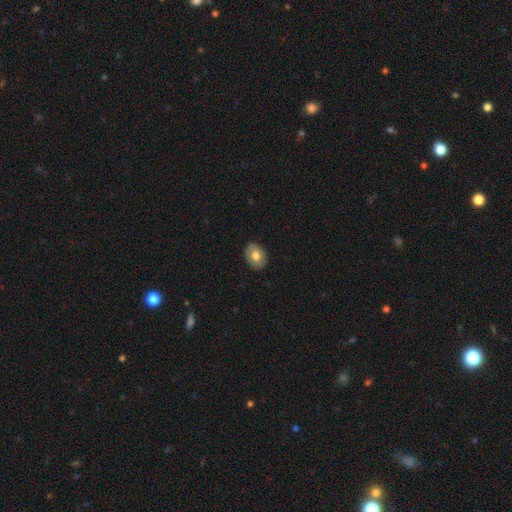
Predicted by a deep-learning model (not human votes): This is likely a smooth galaxy (69%). How rounded: likely in between (68%). Merging: clearly none (85%).